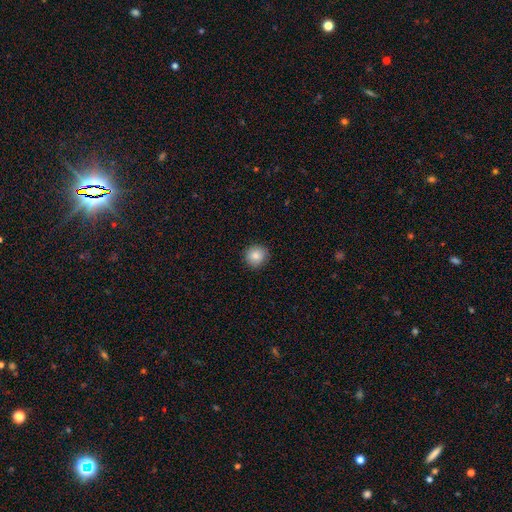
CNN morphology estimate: This is clearly a smooth galaxy (86%). How rounded: clearly round (93%). Merging: clearly none (90%).